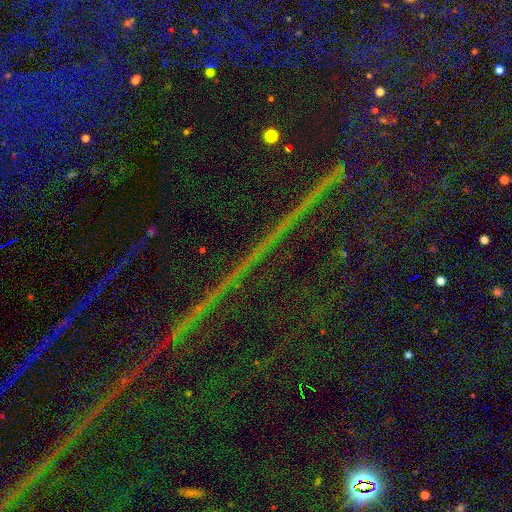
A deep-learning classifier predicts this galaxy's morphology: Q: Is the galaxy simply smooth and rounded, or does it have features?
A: star or artifact — 84%.